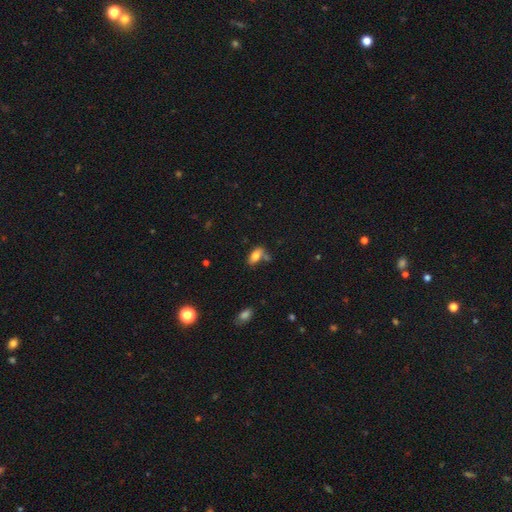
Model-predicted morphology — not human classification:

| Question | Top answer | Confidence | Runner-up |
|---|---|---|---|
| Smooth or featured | smooth | 77% | featured or disk (14%) |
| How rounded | in between | 90% | cigar-shaped (6%) |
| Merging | none | 51% | minor disturbance (21%) |